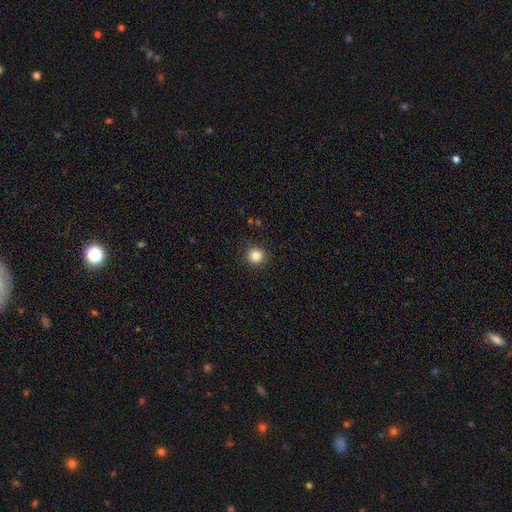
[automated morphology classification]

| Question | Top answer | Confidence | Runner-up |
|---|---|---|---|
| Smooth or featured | smooth | 86% | star or artifact (11%) |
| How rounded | round | 95% | in between (4%) |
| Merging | none | 92% | minor disturbance (5%) |